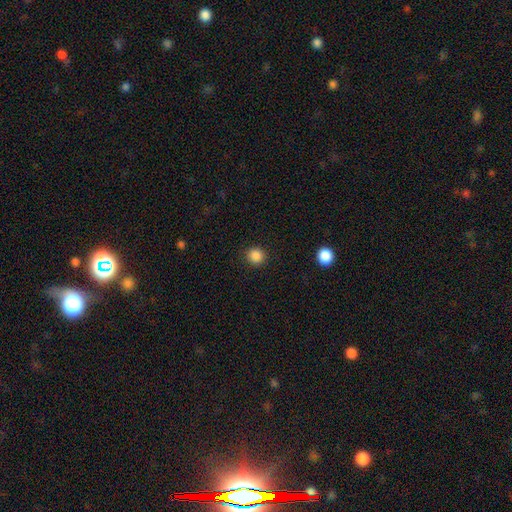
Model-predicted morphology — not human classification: Smooth or featured? Predicted: smooth (p=0.86). How rounded? Predicted: round (p=0.91). Merging? Predicted: none (p=0.91).